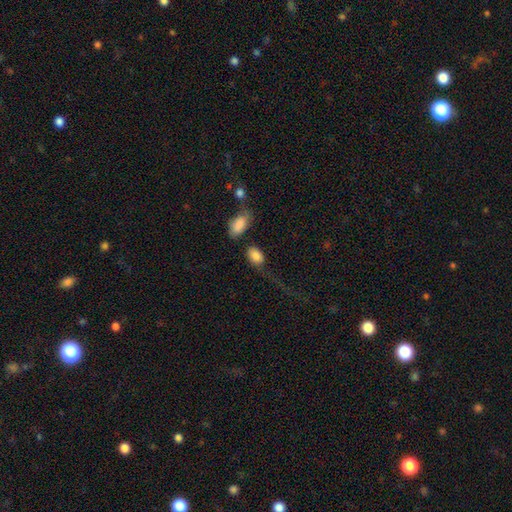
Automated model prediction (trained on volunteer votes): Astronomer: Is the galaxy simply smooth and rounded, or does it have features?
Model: smooth — 86%.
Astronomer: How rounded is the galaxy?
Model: in between — 88%.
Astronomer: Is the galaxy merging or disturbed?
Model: none — 47%.